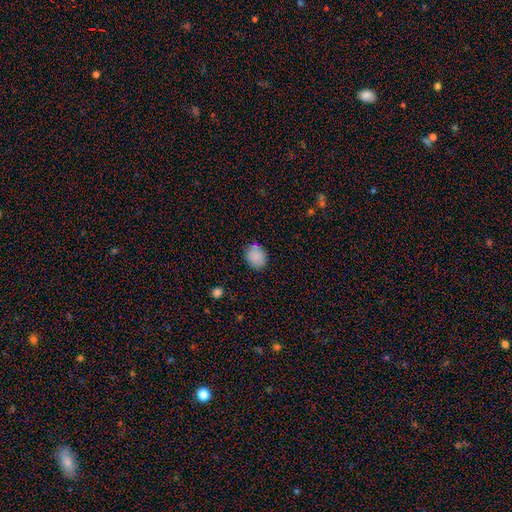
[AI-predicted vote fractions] This appears to be a smooth galaxy with no disk features (87%) that is round (50%). Merging: none (80%).